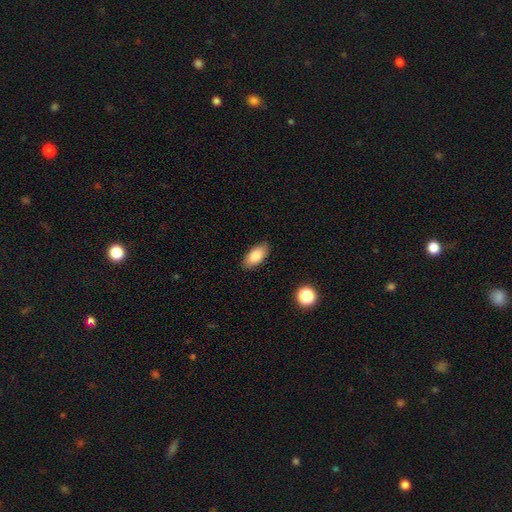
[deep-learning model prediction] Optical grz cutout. It shows a smooth galaxy with no disk features (83%) that is in between round and cigar-shaped (92%). Merging: none (88%).